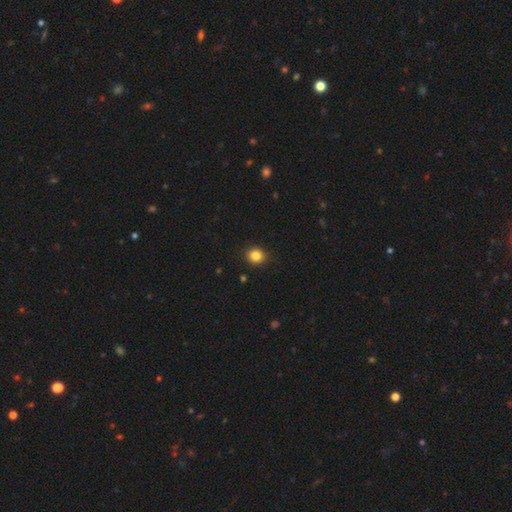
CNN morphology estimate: smooth 85%, star or artifact 11%, featured or disk 5%. Down the decision tree: how rounded — round (77%); merging — none (90%).